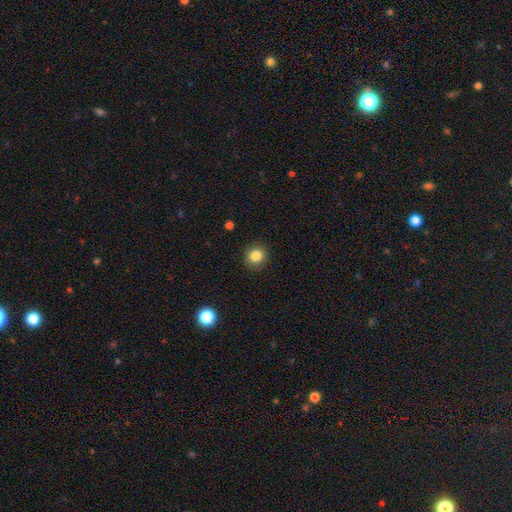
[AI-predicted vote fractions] This appears to be a smooth galaxy with no disk features (84%) that is round (89%). Merging: none (89%).